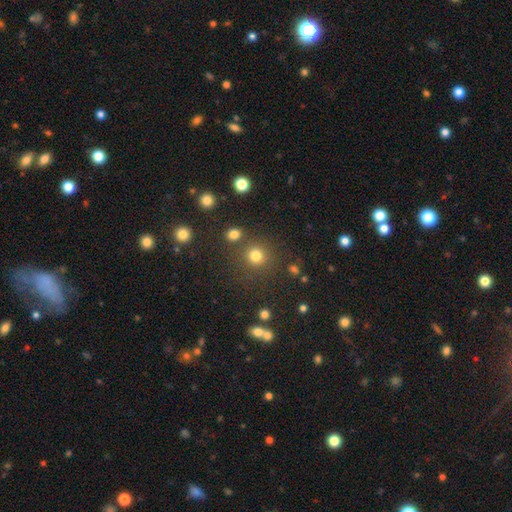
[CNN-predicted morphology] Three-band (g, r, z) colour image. It shows a smooth galaxy with no disk features (79%) that is round (91%). Merging: none (79%).